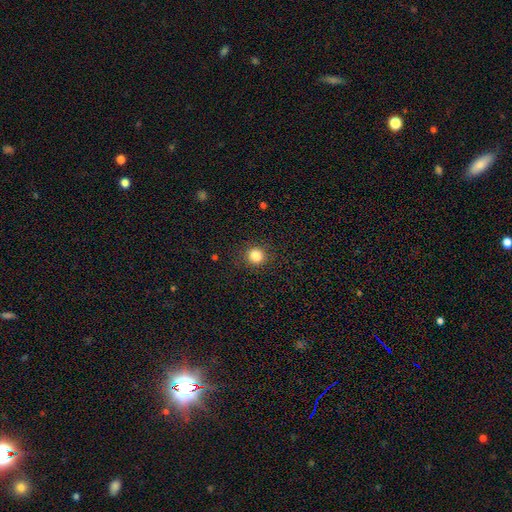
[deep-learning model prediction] This is clearly a smooth galaxy (83%). How rounded: clearly round (92%). Merging: clearly none (89%).